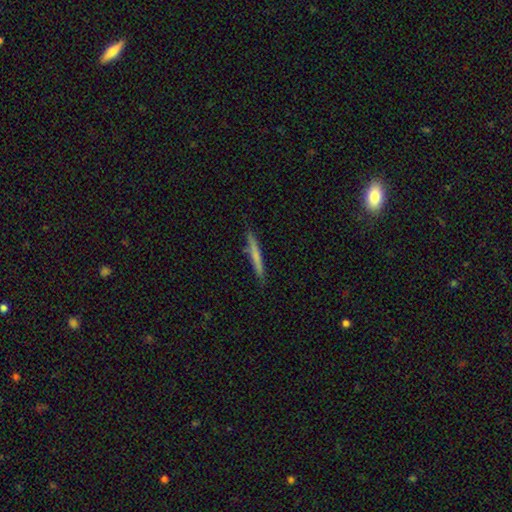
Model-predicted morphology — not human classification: smooth 62%, featured or disk 32%, star or artifact 6%. Down the decision tree: how rounded — cigar-shaped (96%); merging — none (85%).